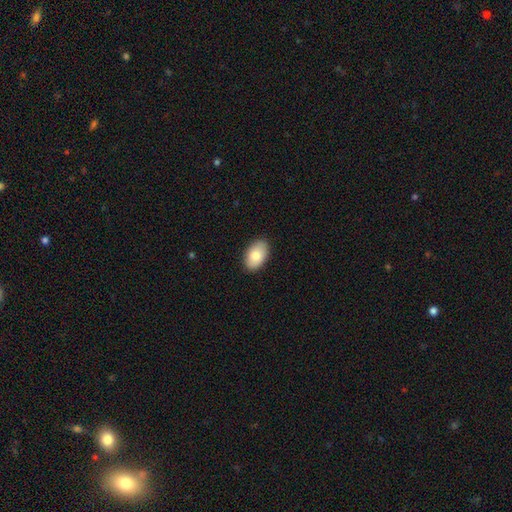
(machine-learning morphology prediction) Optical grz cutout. It shows a smooth galaxy with no disk features (82%) that is in between round and cigar-shaped (93%). Merging: none (88%).